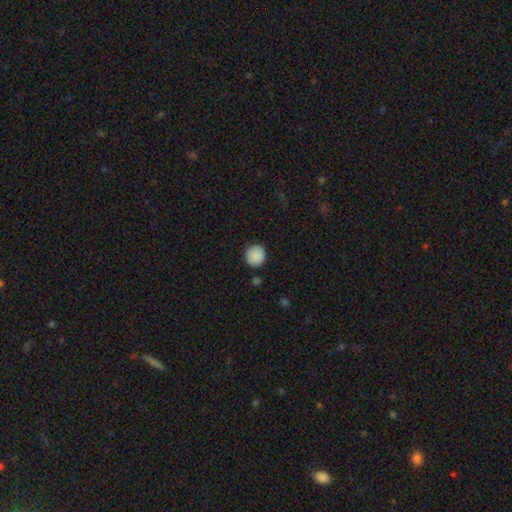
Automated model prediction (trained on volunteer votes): smooth_or_featured: smooth (p=0.88) [alt: star or artifact p=0.08]
how_rounded: round (p=0.93) [alt: in between p=0.07]
merging: none (p=0.87) [alt: minor disturbance p=0.09]